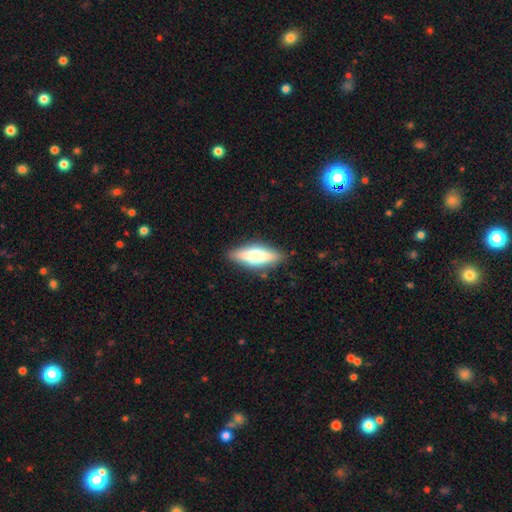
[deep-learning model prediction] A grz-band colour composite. It shows a smooth galaxy with no disk features (53%) that is in between round and cigar-shaped (51%). Merging: none (85%).